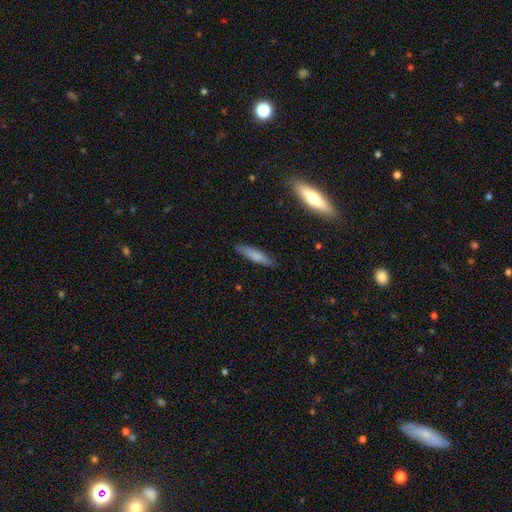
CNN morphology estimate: smooth_or_featured: smooth (p=0.73) [alt: featured or disk p=0.20]
how_rounded: cigar-shaped (p=0.82) [alt: in between p=0.17]
merging: none (p=0.85) [alt: minor disturbance p=0.11]